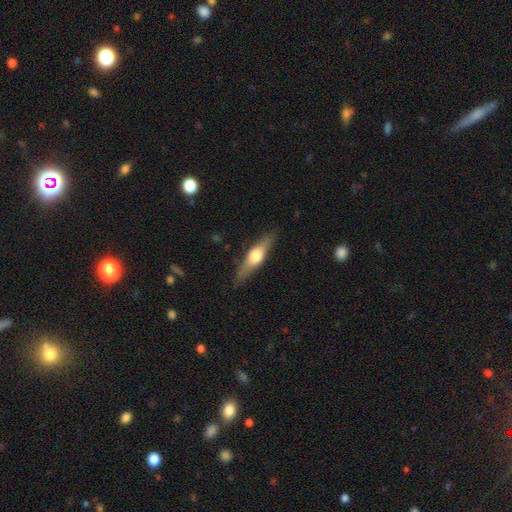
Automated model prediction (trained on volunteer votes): Smooth or featured? Predicted: featured or disk (p=0.55). Edge-on disk? Predicted: yes (p=0.93). Edge-on bulge? Predicted: rounded (p=0.93). Merging? Predicted: none (p=0.85).